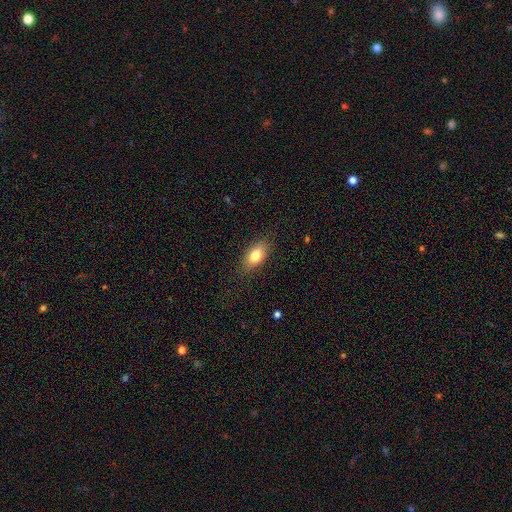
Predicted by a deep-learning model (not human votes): A smooth galaxy with no disk features (79%) that is in between round and cigar-shaped (86%). Merging: none (84%).